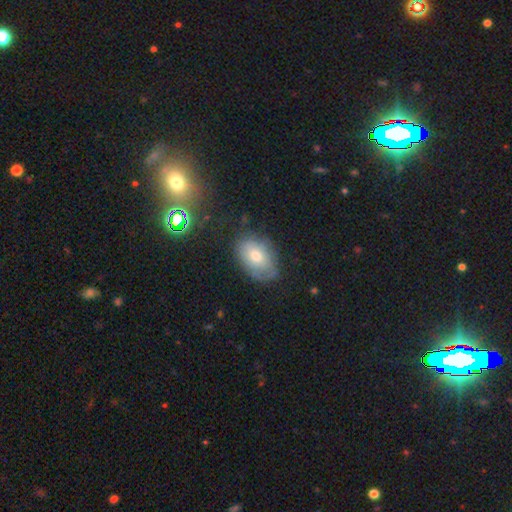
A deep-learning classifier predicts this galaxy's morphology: Smooth or featured? smooth (59%)
How rounded? in between (86%)
Merging? none (67%)